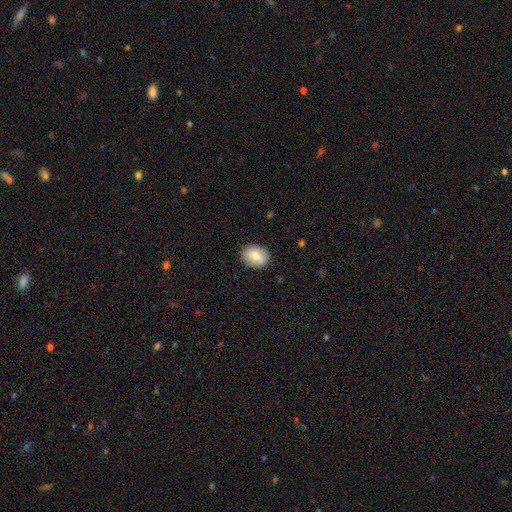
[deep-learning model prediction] Smooth or featured?
  - smooth: 75% *
  - featured or disk: 17%
  - star or artifact: 7%
How rounded?
  - in between: 62% *
  - round: 37%
  - cigar-shaped: 1%
Merging?
  - none: 86% *
  - minor disturbance: 10%
  - major disturbance: 2%
  - merger: 1%